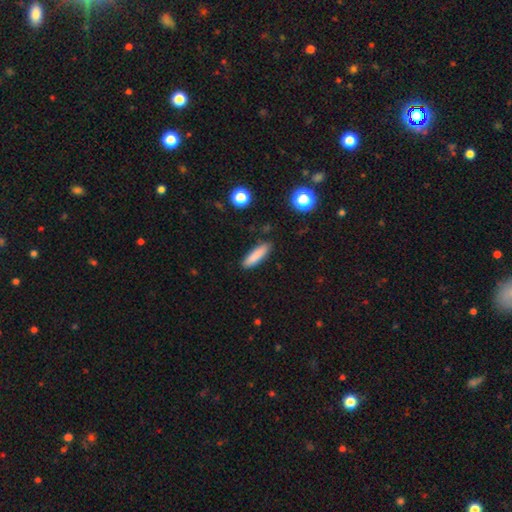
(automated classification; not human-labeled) This appears to be a smooth galaxy with no disk features (85%) that is cigar-shaped (71%). Merging: none (87%).